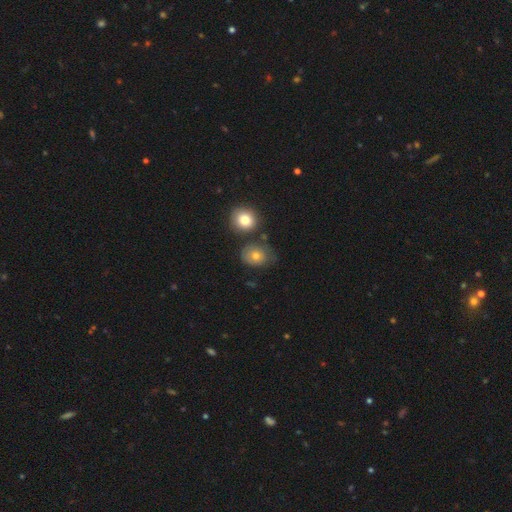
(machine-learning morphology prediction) type=smooth (70%); roundness=in between (50%); merging=none (63%).